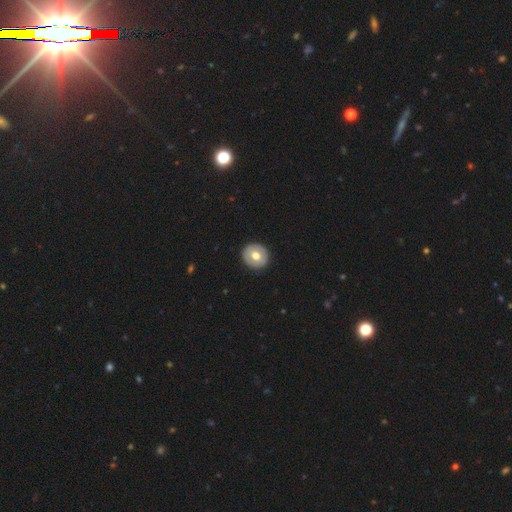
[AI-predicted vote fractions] This appears to be a smooth galaxy with no disk features (61%) that is round (89%). Merging: none (91%).